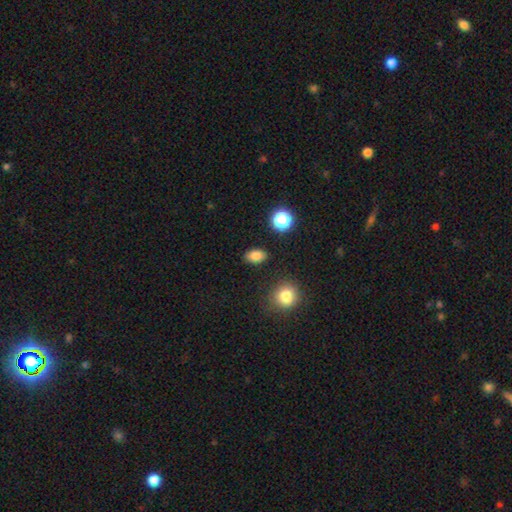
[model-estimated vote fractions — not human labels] Smooth or featured?
  - smooth: 83% *
  - star or artifact: 12%
  - featured or disk: 5%
How rounded?
  - in between: 83% *
  - round: 16%
  - cigar-shaped: 2%
Merging?
  - none: 86% *
  - minor disturbance: 9%
  - major disturbance: 2%
  - merger: 2%